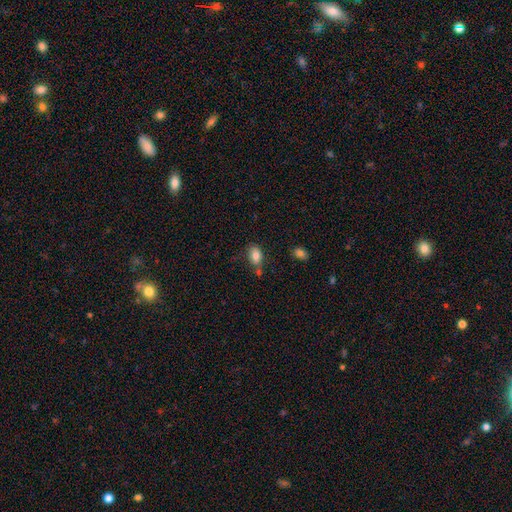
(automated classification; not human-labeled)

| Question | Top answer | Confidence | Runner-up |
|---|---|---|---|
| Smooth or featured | smooth | 81% | featured or disk (10%) |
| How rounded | in between | 84% | round (14%) |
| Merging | none | 58% | minor disturbance (21%) |